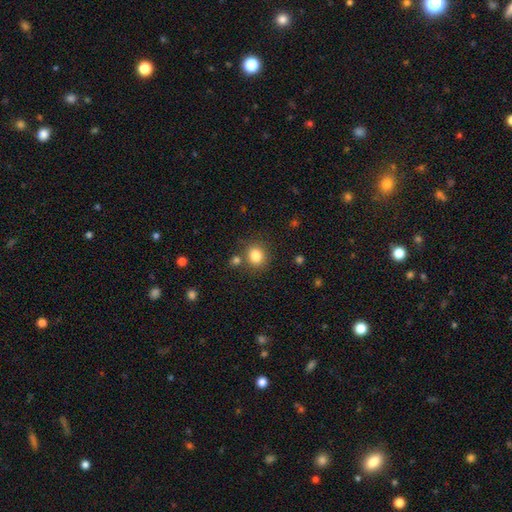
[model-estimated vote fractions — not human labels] Smooth or featured?
  - smooth: 84% *
  - star or artifact: 11%
  - featured or disk: 6%
How rounded?
  - round: 74% *
  - in between: 25%
  - cigar-shaped: 1%
Merging?
  - none: 76% *
  - minor disturbance: 11%
  - merger: 10%
  - major disturbance: 4%